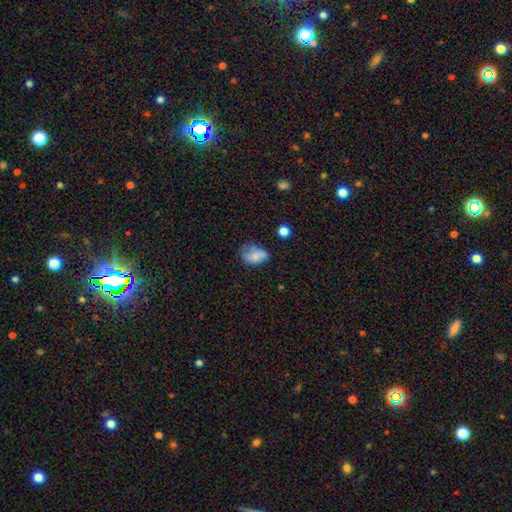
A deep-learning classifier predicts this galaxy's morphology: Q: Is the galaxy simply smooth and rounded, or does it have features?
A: smooth — 72%.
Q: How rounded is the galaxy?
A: in between — 81%.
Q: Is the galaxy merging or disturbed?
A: none — 45%.